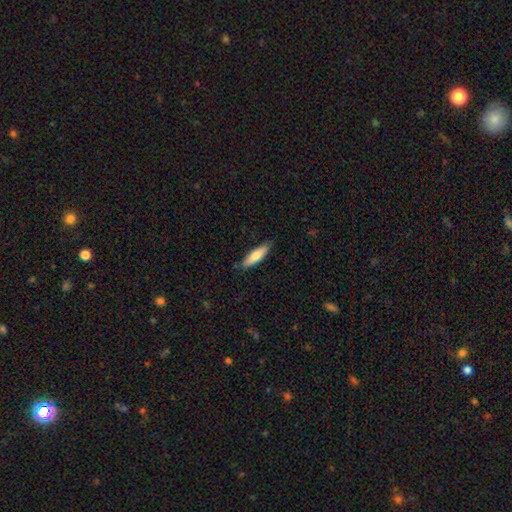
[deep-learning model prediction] smooth_or_featured: smooth (p=0.76) [alt: featured or disk p=0.19]
how_rounded: cigar-shaped (p=0.57) [alt: in between p=0.41]
merging: none (p=0.83) [alt: minor disturbance p=0.13]